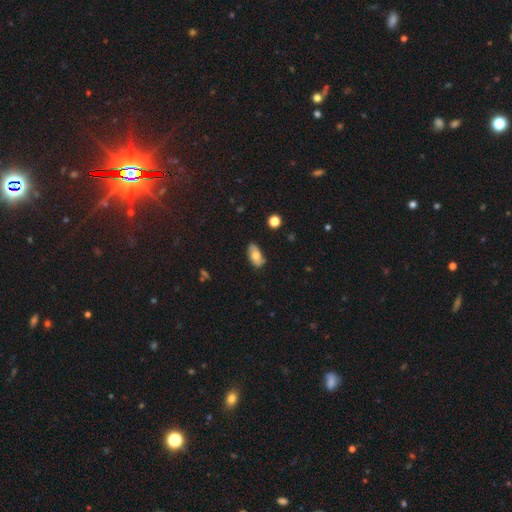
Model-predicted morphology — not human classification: type=smooth (67%); roundness=in between (92%); merging=none (78%).